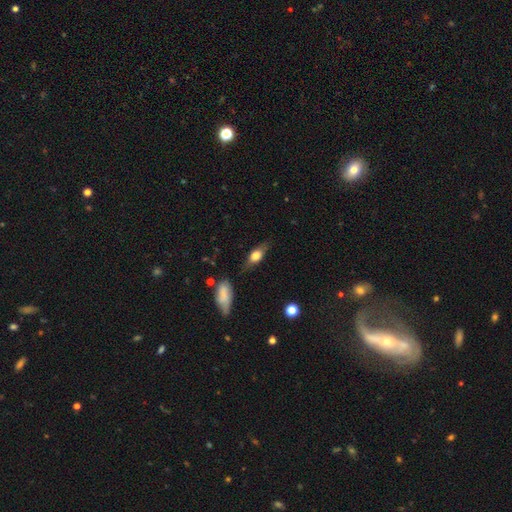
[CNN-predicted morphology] smooth-or-featured: smooth: 62% | featured or disk: 31% | star or artifact: 8%
  how-rounded: in between: 71% | cigar-shaped: 23% | round: 6%
  merging: none: 74% | minor disturbance: 19% | major disturbance: 5% | merger: 2%